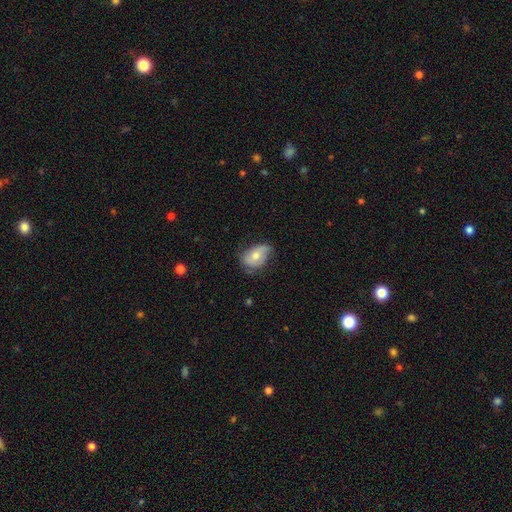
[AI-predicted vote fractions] Smooth or featured? smooth (53%)
How rounded? in between (82%)
Merging? none (52%)